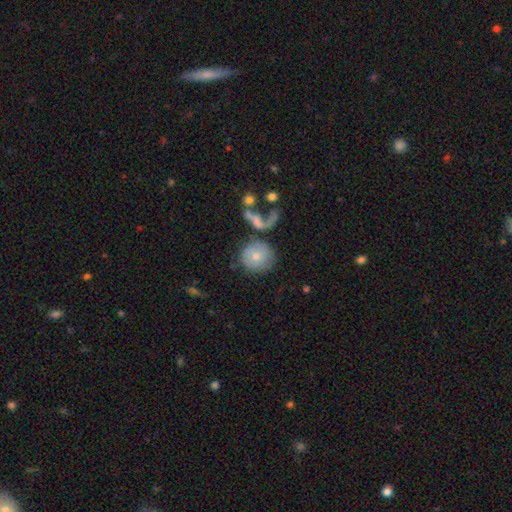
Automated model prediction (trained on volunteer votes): smooth 64%, featured or disk 29%, star or artifact 8%. Down the decision tree: how rounded — round (88%); merging — none (51%).